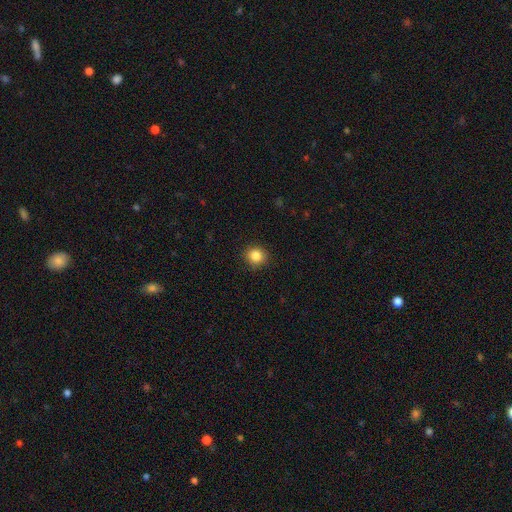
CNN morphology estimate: type=smooth (85%); roundness=round (87%); merging=none (90%).